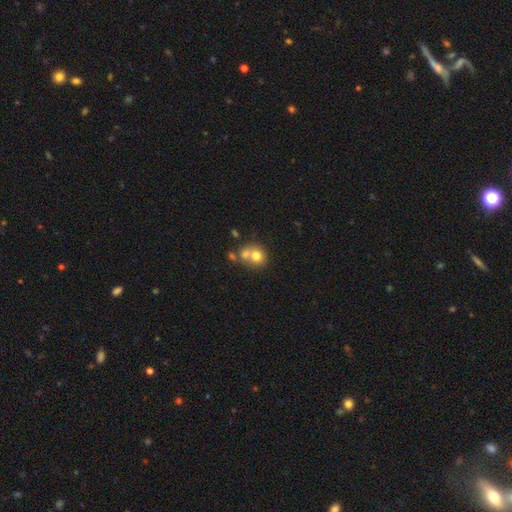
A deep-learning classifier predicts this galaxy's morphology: This appears to be a smooth galaxy with no disk features (72%) that is round (77%). Merging: merger (52%).